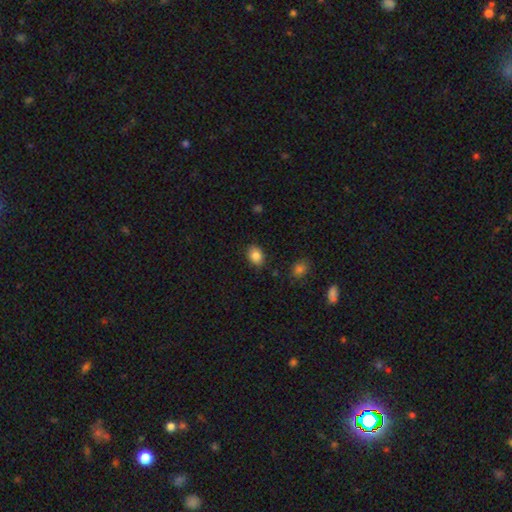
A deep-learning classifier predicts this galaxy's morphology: Smooth or featured: smooth — 85% (star or artifact — 9%)
How rounded: in between — 65% (round — 34%)
Merging: none — 85% (minor disturbance — 11%)